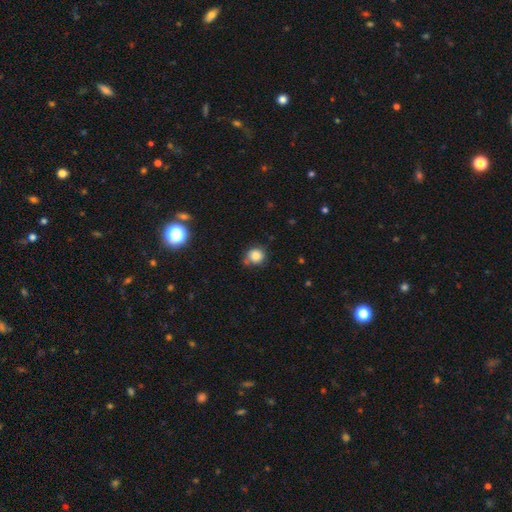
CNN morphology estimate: A smooth galaxy with no disk features (83%) that is round (84%).

Vote fractions:
- Smooth or featured? smooth: 83% / star or artifact: 11% / featured or disk: 6%
- How rounded? round: 84% / in between: 16% / cigar-shaped: 1%
- Merging? none: 62% / minor disturbance: 27% / major disturbance: 6% / merger: 5%